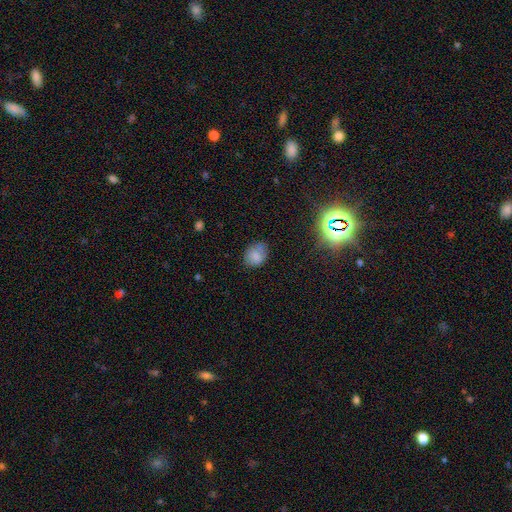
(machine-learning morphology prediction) Q: Smooth or featured?
A: smooth (77%); runner-up: featured or disk (11%)
Q: How rounded?
A: in between (62%); runner-up: round (37%)
Q: Merging?
A: none (74%); runner-up: minor disturbance (20%)